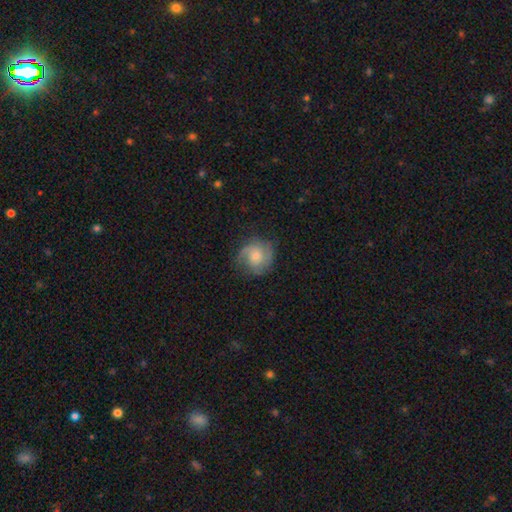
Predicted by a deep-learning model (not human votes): A featured or disk galaxy (61%) with no bar (73%), 2 (45%) medium (42%) spiral arms (90%) and a moderate central bulge (45%).

Vote fractions:
- Smooth or featured? featured or disk: 61% / smooth: 32% / star or artifact: 7%
- Edge-on disk? no: 98% / yes: 2%
- Bar? no: 73% / weak: 24% / strong: 3%
- Spiral arms? yes: 90% / no: 10%
- Spiral winding? medium: 42% / tight: 40% / loose: 19%
- Spiral arm count? 2: 45% / can't tell: 21% / 3: 18% / 1: 9% / 4: 4% / more than 4: 3%
- Bulge size? moderate: 45% / small: 43% / large: 5% / none: 5% / dominant: 1%
- Merging? none: 70% / minor disturbance: 20% / major disturbance: 9% / merger: 1%